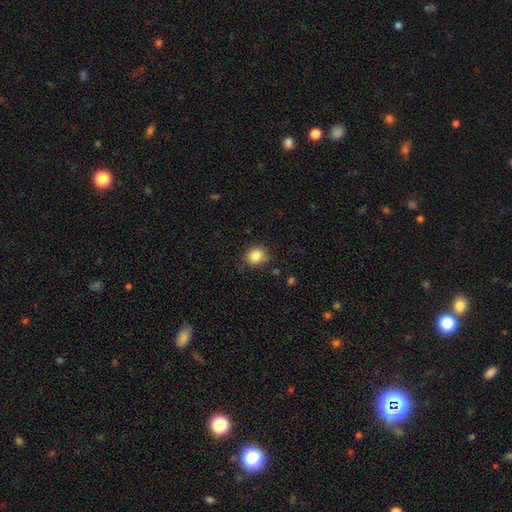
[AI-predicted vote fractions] Smooth or featured: smooth — 85% (star or artifact — 10%)
How rounded: round — 76% (in between — 23%)
Merging: none — 80% (minor disturbance — 15%)